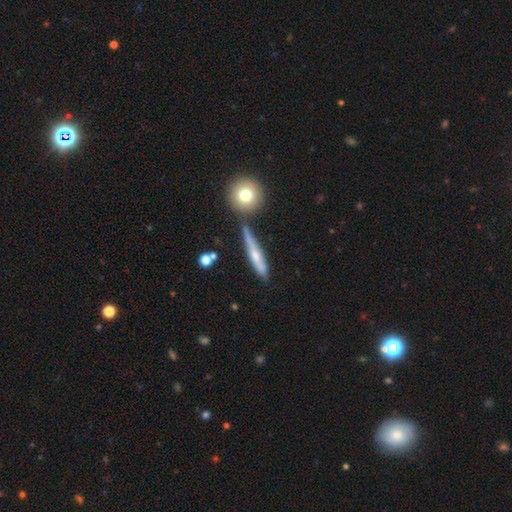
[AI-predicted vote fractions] Overall: featured or disk (46%, tied with smooth). Merging: none (72%).